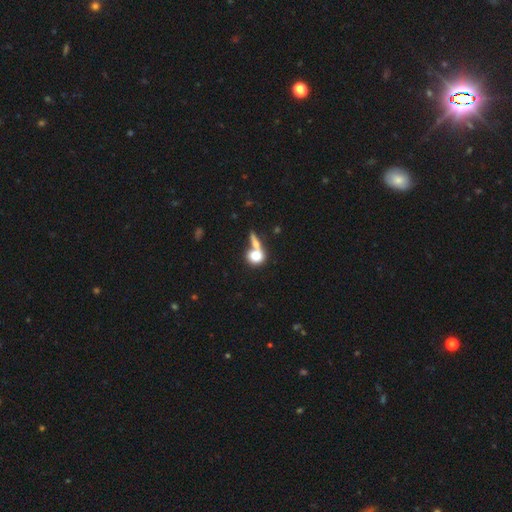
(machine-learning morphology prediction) Smooth or featured? smooth (74%)
How rounded? round (66%)
Merging? merger (54%)